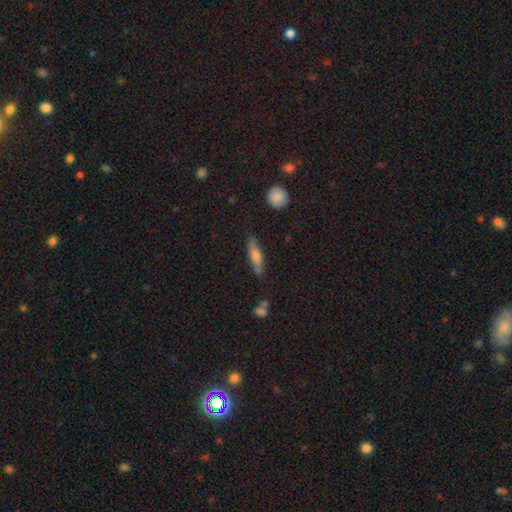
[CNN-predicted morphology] Smooth or featured?
  - smooth: 58% *
  - featured or disk: 35%
  - star or artifact: 6%
How rounded?
  - cigar-shaped: 75% *
  - in between: 23%
  - round: 2%
Merging?
  - none: 82% *
  - minor disturbance: 13%
  - major disturbance: 3%
  - merger: 2%